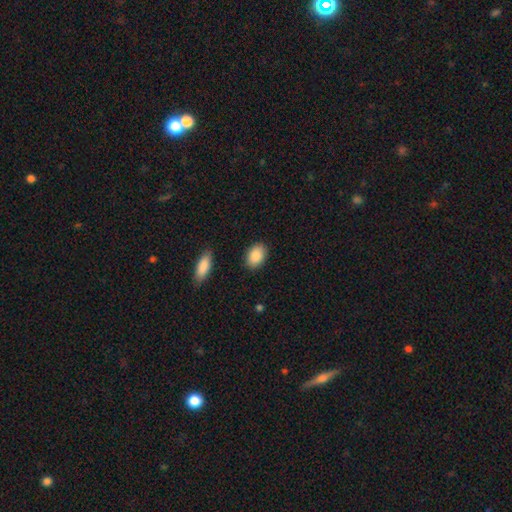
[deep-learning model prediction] Smooth or featured? Predicted: smooth (p=0.89). How rounded? Predicted: in between (p=0.85). Merging? Predicted: none (p=0.87).